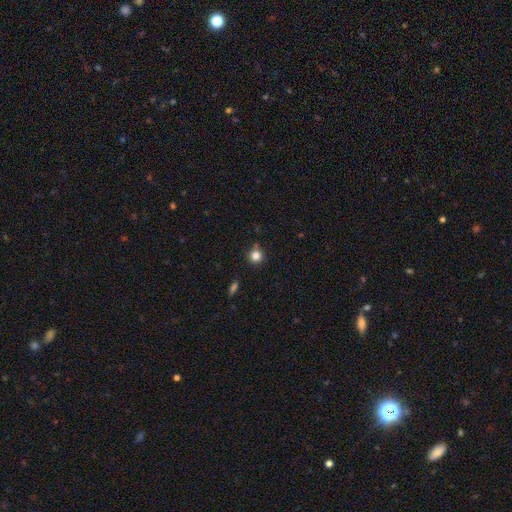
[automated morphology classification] type=smooth (82%); roundness=round (93%); merging=none (79%).